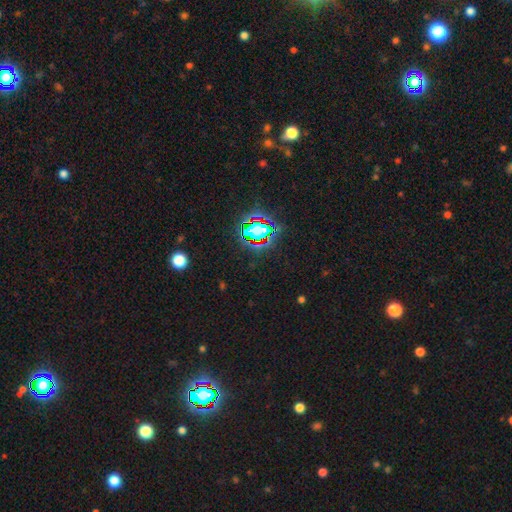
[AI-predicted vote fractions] smooth_or_featured: star or artifact (p=0.80) [alt: smooth p=0.13]